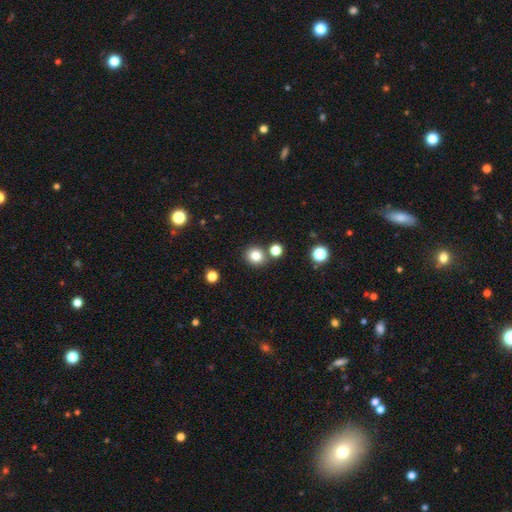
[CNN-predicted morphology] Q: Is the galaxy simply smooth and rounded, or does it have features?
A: smooth — 81%.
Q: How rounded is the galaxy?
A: round — 83%.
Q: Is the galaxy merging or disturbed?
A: none — 80%.